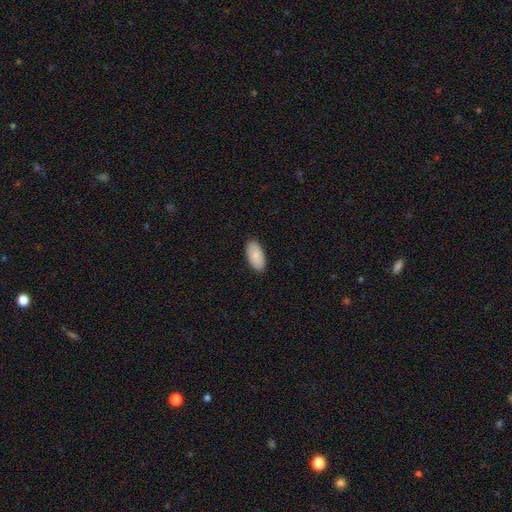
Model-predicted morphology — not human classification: The model was most divided on "smooth or featured": smooth: 86%, featured or disk: 8%, star or artifact: 6%. More confident: how rounded — in between (95%); merging — none (89%).